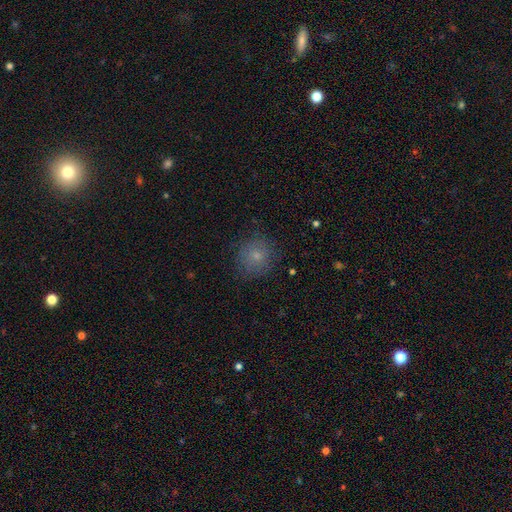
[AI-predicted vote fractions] smooth-or-featured: smooth: 78% | star or artifact: 11% | featured or disk: 11%
  how-rounded: round: 88% | in between: 12% | cigar-shaped: 1%
  merging: none: 80% | minor disturbance: 14% | major disturbance: 4% | merger: 1%